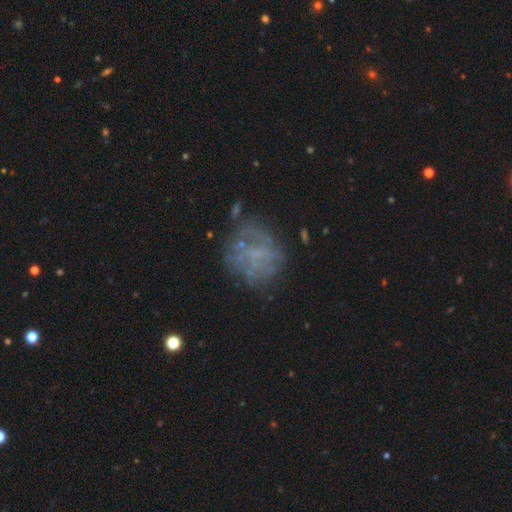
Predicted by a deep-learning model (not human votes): Smooth or featured?
  - featured or disk: 51% *
  - smooth: 32%
  - star or artifact: 17%
Edge-on disk?
  - no: 98% *
  - yes: 2%
Merging?
  - none: 61% *
  - minor disturbance: 19%
  - major disturbance: 17%
  - merger: 4%